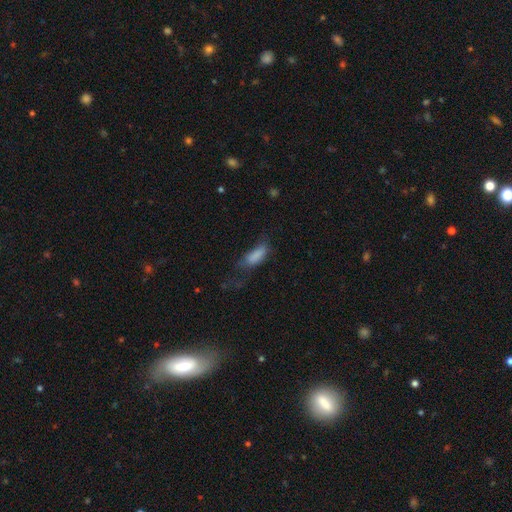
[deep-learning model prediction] Smooth or featured? smooth (77%)
How rounded? in between (73%)
Merging? major disturbance (43%)